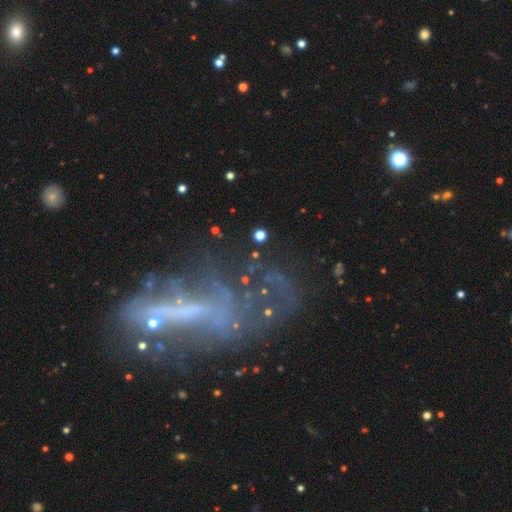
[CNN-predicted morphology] This is possibly a featured or disk galaxy (55%). It is clearly not viewed edge-on (84%). Merging: possibly none (46%).